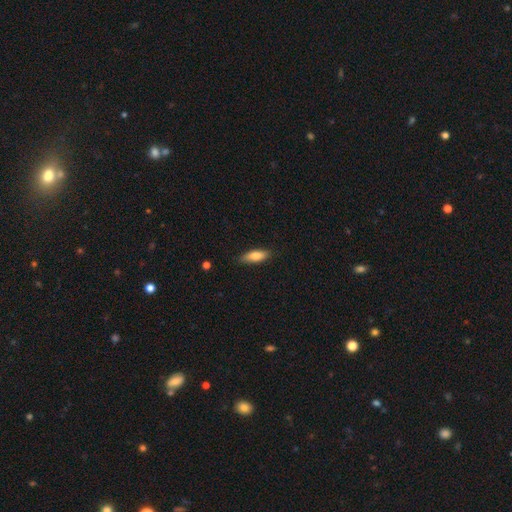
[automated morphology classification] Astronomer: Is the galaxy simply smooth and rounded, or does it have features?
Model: smooth — 79%.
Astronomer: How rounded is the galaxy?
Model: in between — 62%.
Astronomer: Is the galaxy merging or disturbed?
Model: none — 83%.